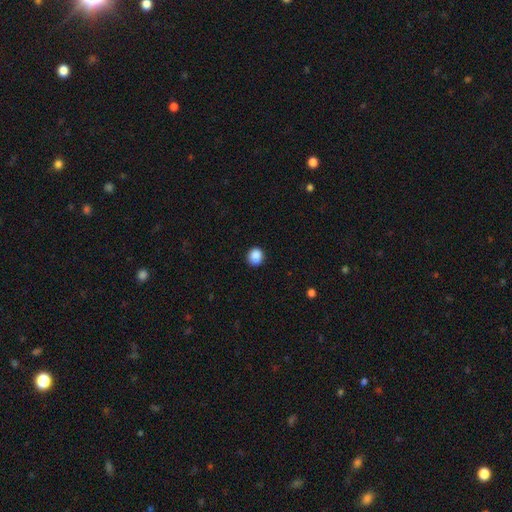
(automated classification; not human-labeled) The model was most divided on "how rounded": round: 82%, in between: 17%, cigar-shaped: 1%. More confident: merging — none (90%); smooth or featured — smooth (88%).